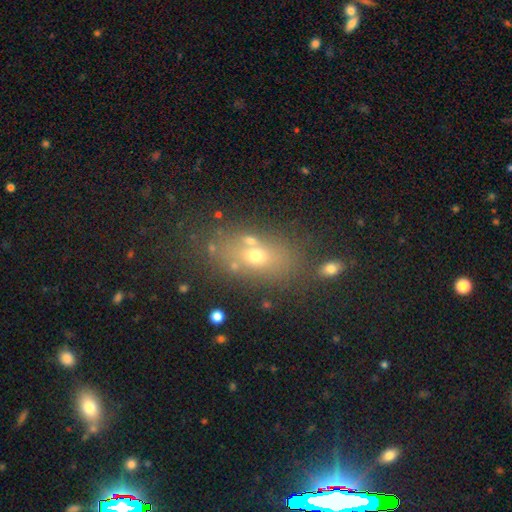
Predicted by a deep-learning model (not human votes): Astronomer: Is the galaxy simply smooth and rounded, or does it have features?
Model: smooth — 57%.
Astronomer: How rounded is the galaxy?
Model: in between — 72%.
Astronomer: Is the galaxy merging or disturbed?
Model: none — 63%.